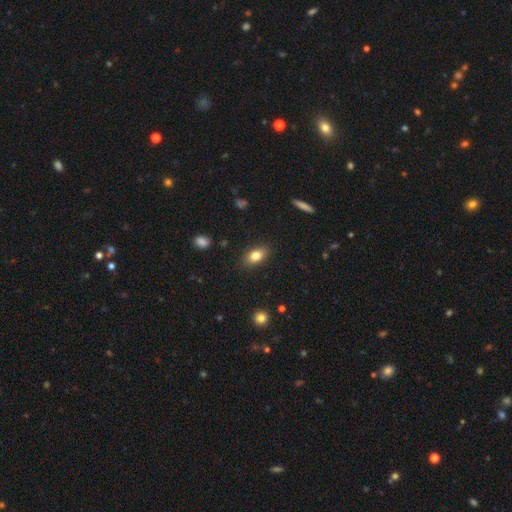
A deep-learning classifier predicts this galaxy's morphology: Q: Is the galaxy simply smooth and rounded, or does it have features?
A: smooth — 81%.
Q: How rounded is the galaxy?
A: in between — 86%.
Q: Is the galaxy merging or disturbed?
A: none — 86%.